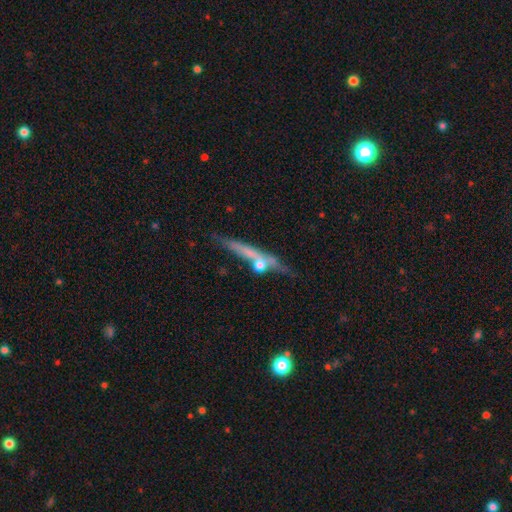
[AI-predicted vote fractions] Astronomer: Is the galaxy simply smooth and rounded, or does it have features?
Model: featured or disk — 57% (runner-up: smooth, 35%).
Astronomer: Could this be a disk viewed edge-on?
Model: yes — 87%.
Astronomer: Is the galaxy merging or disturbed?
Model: none — 59%.